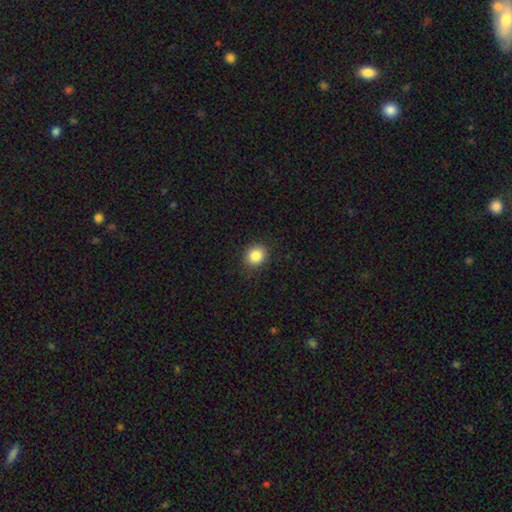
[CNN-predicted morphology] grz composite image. It shows a smooth galaxy with no disk features (86%) that is round (77%). Merging: none (89%).